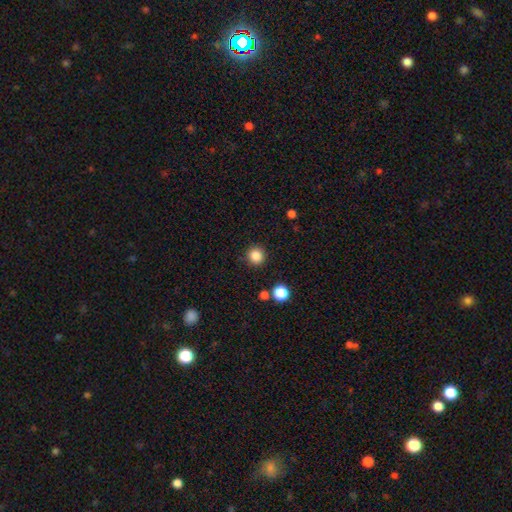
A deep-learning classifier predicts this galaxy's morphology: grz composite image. It shows a smooth galaxy with no disk features (85%) that is round (95%). Merging: none (90%).